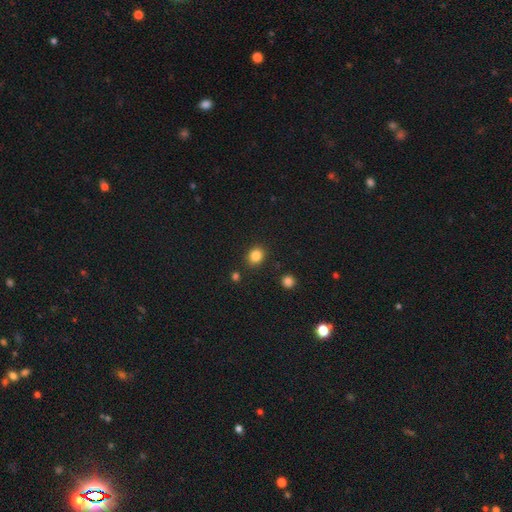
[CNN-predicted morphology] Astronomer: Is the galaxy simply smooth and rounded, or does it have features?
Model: smooth — 85%.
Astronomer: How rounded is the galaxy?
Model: round — 65%.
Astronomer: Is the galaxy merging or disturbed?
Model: none — 86%.